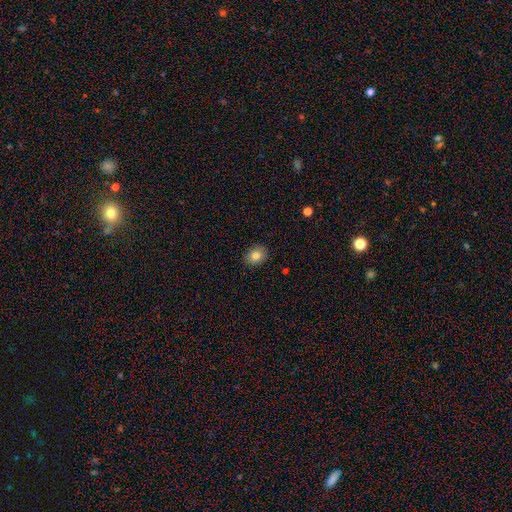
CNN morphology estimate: Overall: smooth (83%). How rounded: in between (50%; round 49%). Merging: none (90%).